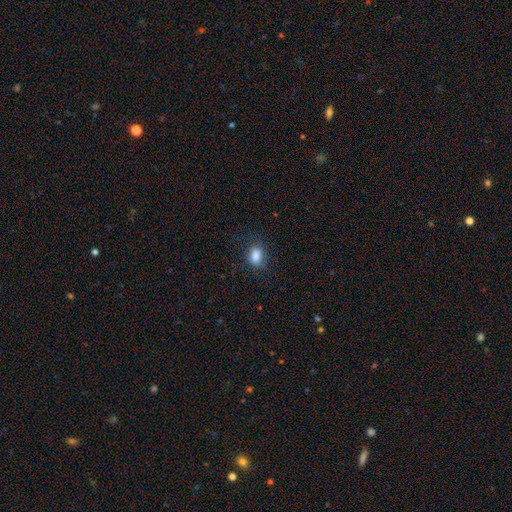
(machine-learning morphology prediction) smooth 86%, star or artifact 9%, featured or disk 5%. Down the decision tree: how rounded — in between (67%); merging — none (79%).